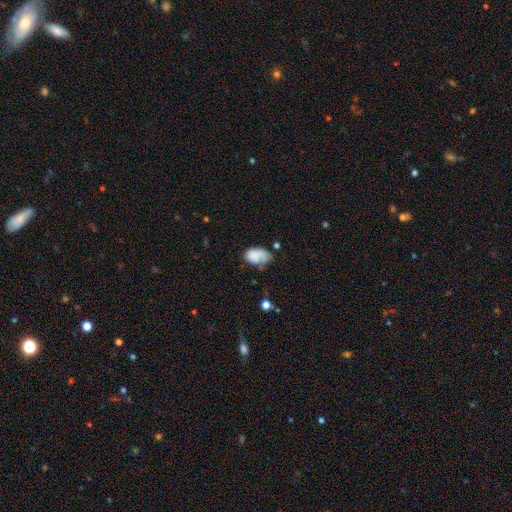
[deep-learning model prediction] Morphology: type=smooth (72%); roundness=in between (88%); merging=none (38%).